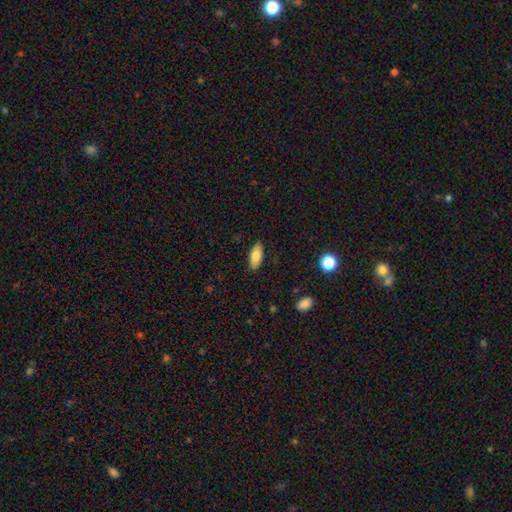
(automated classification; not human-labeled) Smooth or featured: smooth — 81% (featured or disk — 12%)
How rounded: in between — 82% (cigar-shaped — 16%)
Merging: none — 87% (minor disturbance — 10%)